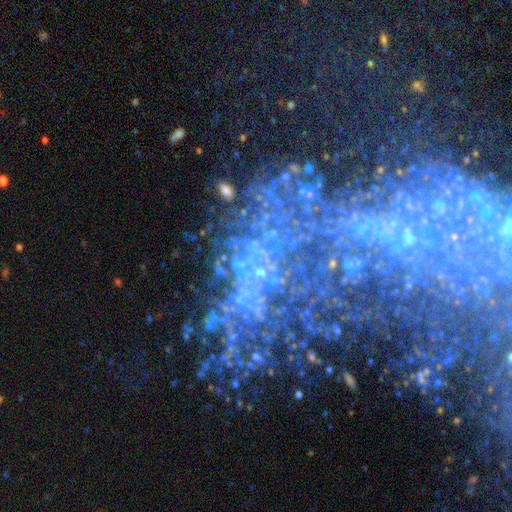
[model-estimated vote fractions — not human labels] Smooth or featured?
  - featured or disk: 45% *
  - star or artifact: 43%
  - smooth: 13%
Merging?
  - none: 54% *
  - major disturbance: 20%
  - minor disturbance: 15%
  - merger: 11%